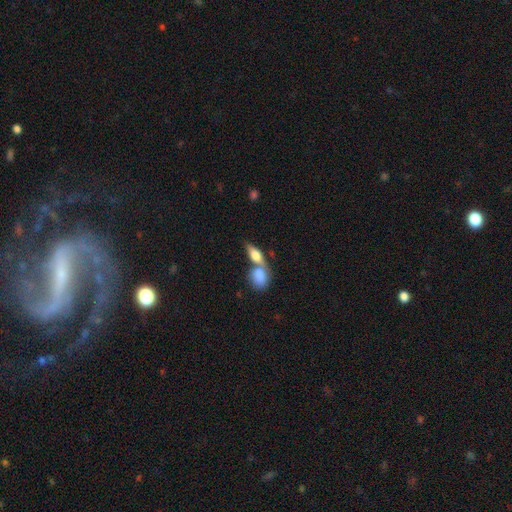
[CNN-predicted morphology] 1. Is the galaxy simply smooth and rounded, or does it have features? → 71% smooth, 23% featured or disk, 7% star or artifact.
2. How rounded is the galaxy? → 73% in between, 16% cigar-shaped, 11% round.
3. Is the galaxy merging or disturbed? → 53% merger, 34% none, 9% minor disturbance, 4% major disturbance.